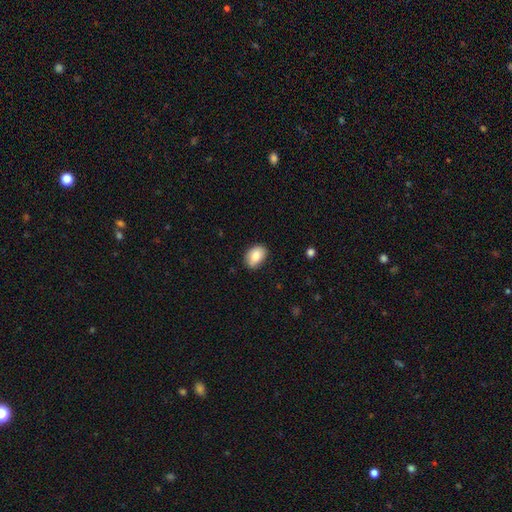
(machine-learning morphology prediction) This appears to be a smooth galaxy with no disk features (83%) that is in between round and cigar-shaped (85%). Merging: none (78%).